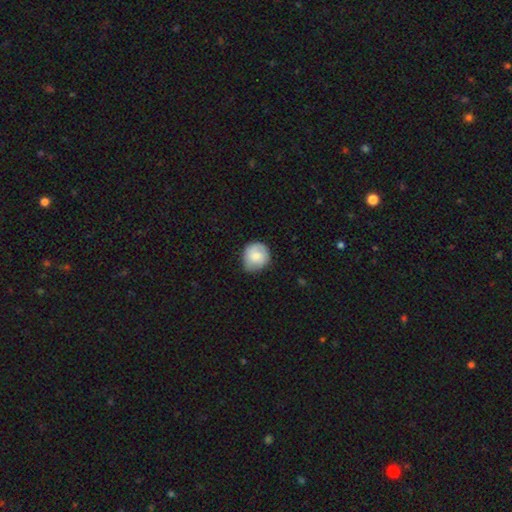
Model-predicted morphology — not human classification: This is likely a smooth galaxy (69%). How rounded: clearly round (84%). Merging: likely none (71%).